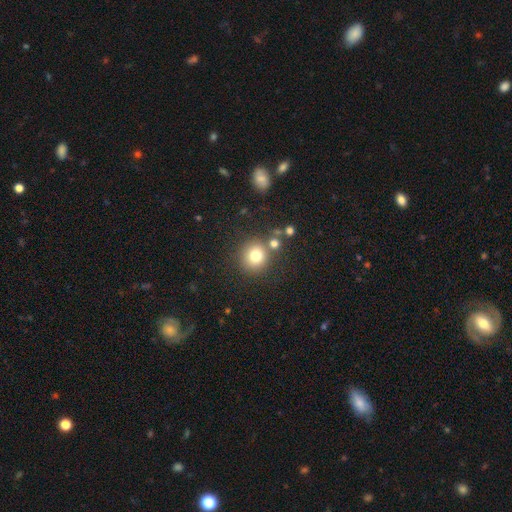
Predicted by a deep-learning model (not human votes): This appears to be a smooth galaxy with no disk features (77%) that is round (90%). Merging: none (78%).